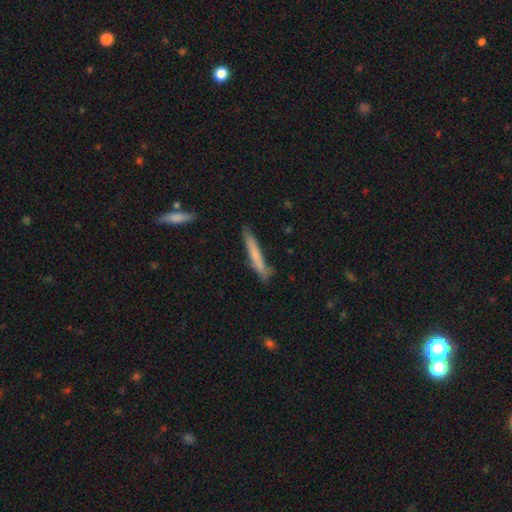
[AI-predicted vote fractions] This is likely a smooth galaxy (69%). How rounded: clearly cigar-shaped (95%). Merging: likely none (77%).